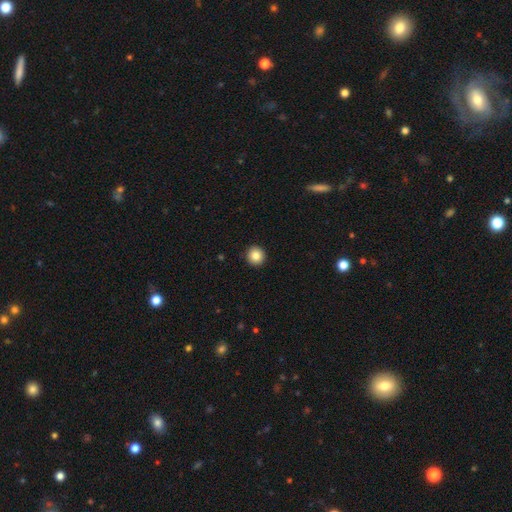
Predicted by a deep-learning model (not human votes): Smooth or featured: smooth — 85% (star or artifact — 9%)
How rounded: round — 94% (in between — 5%)
Merging: none — 93% (minor disturbance — 5%)